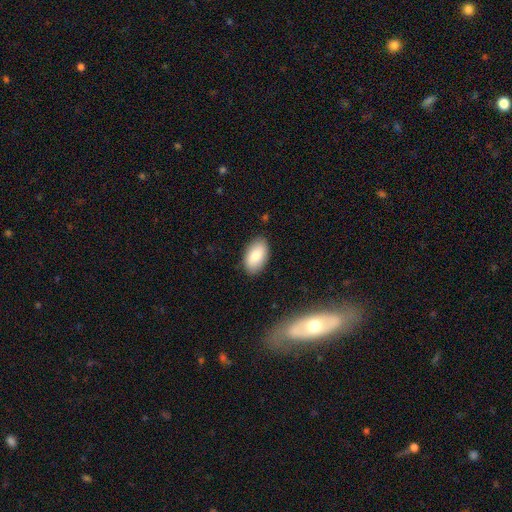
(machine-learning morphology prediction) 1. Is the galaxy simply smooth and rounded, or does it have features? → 81% smooth, 12% featured or disk, 7% star or artifact.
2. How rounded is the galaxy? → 94% in between, 4% round, 2% cigar-shaped.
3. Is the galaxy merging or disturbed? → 86% none, 10% minor disturbance, 2% major disturbance, 1% merger.